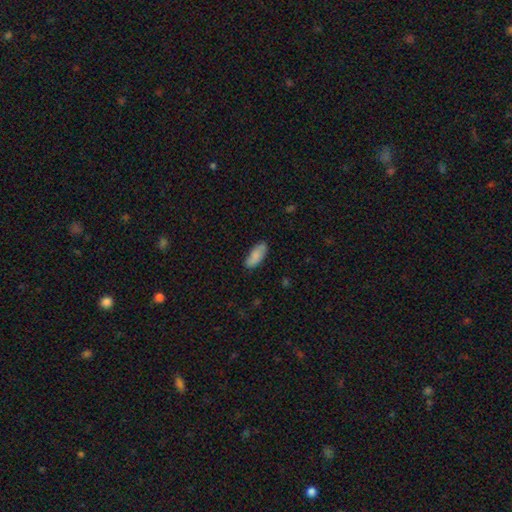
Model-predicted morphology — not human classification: Smooth or featured?
  - smooth: 86% *
  - featured or disk: 8%
  - star or artifact: 6%
How rounded?
  - in between: 82% *
  - cigar-shaped: 16%
  - round: 2%
Merging?
  - none: 84% *
  - minor disturbance: 12%
  - major disturbance: 2%
  - merger: 1%